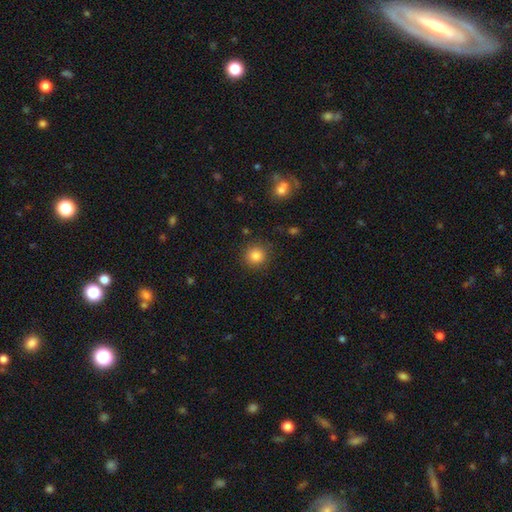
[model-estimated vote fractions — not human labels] Q: Smooth or featured?
A: smooth (84%); runner-up: star or artifact (11%)
Q: How rounded?
A: round (92%); runner-up: in between (7%)
Q: Merging?
A: none (88%); runner-up: minor disturbance (8%)